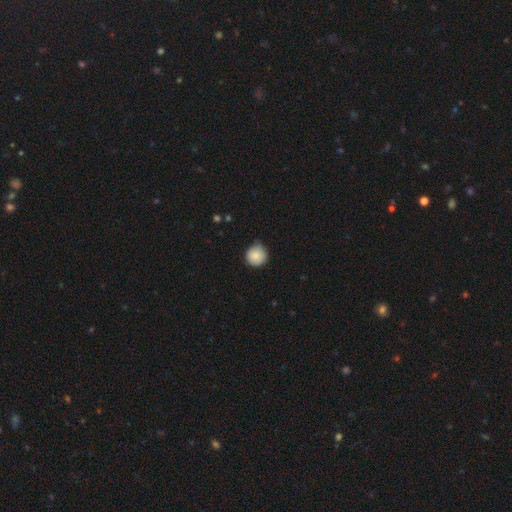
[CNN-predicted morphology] A smooth galaxy with no disk features (86%) that is round (94%).

Vote fractions:
- Smooth or featured? smooth: 86% / star or artifact: 8% / featured or disk: 6%
- How rounded? round: 94% / in between: 5% / cigar-shaped: 1%
- Merging? none: 72% / minor disturbance: 24% / major disturbance: 3% / merger: 1%